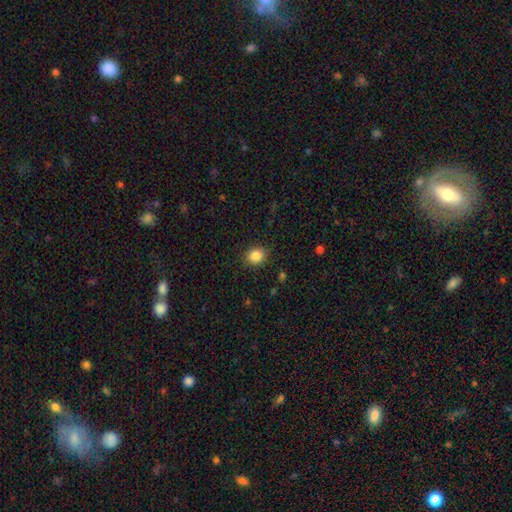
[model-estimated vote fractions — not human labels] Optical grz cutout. It shows a smooth galaxy with no disk features (86%) that is round (70%). Merging: none (88%).